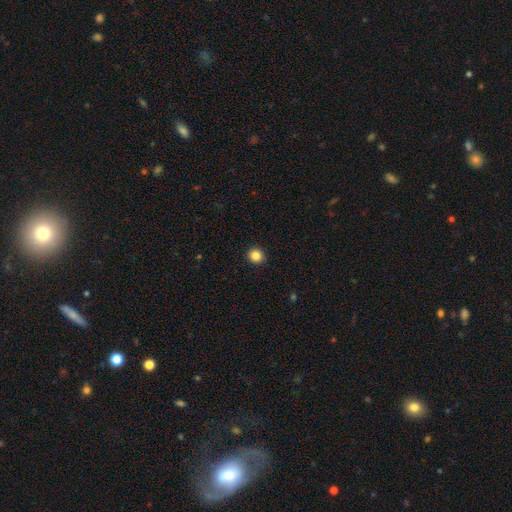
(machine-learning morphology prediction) smooth-or-featured: smooth: 85% | star or artifact: 11% | featured or disk: 4%
  how-rounded: round: 89% | in between: 10% | cigar-shaped: 1%
  merging: none: 93% | minor disturbance: 5% | major disturbance: 2% | merger: 1%